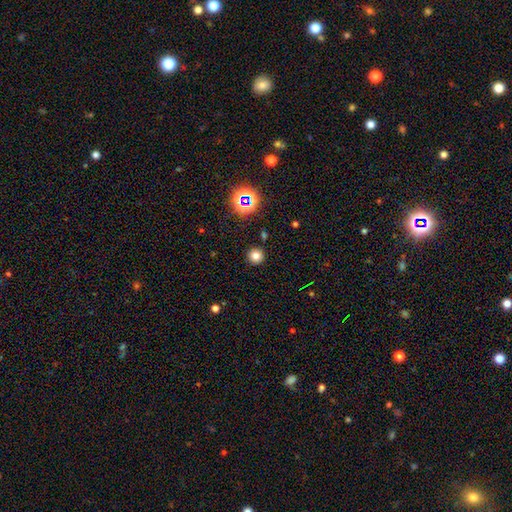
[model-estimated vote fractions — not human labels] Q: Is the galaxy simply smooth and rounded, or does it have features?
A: smooth — 75%.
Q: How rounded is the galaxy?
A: round — 95%.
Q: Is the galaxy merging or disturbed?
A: none — 91%.